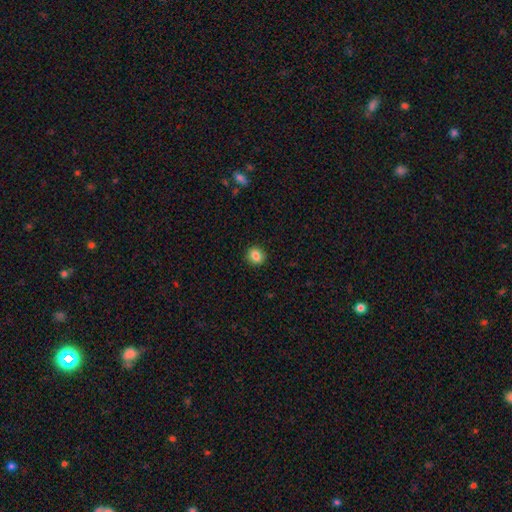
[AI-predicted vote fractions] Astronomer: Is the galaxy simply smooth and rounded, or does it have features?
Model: smooth — 85%.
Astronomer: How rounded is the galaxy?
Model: round — 79%.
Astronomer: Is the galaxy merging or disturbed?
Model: none — 92%.